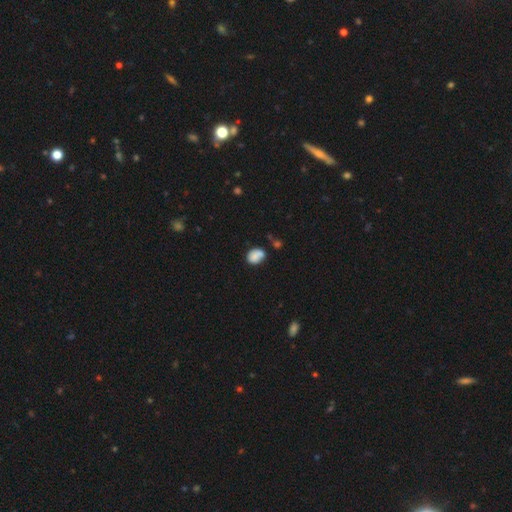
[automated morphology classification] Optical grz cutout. It shows a smooth galaxy with no disk features (80%) that is in between round and cigar-shaped (64%). Merging: none (51%).